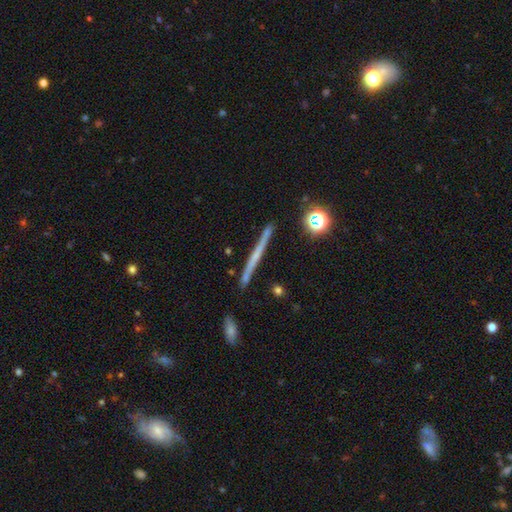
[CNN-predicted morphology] Smooth or featured: featured or disk — 58% (smooth — 33%)
Edge-on disk: yes — 97% (no — 3%)
Edge-on bulge: none — 78% (rounded — 16%)
Merging: none — 88% (minor disturbance — 8%)